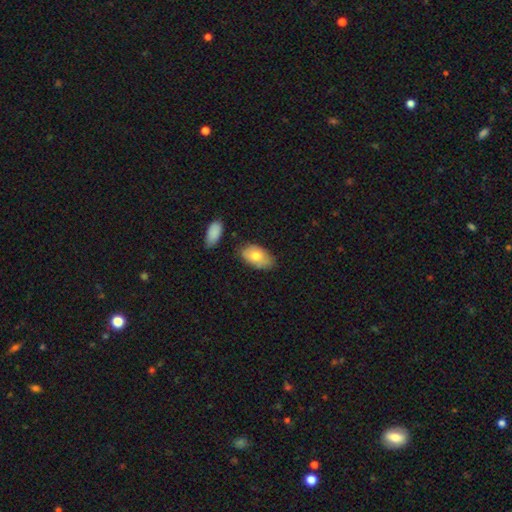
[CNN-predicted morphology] smooth-or-featured: smooth: 75% | featured or disk: 19% | star or artifact: 6%
  how-rounded: in between: 94% | round: 4% | cigar-shaped: 2%
  merging: none: 72% | minor disturbance: 20% | merger: 4% | major disturbance: 4%